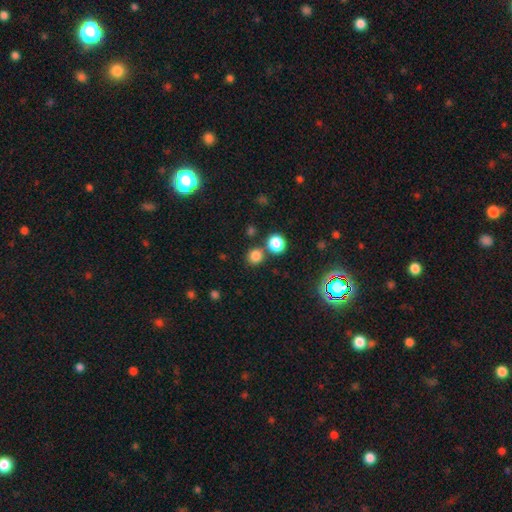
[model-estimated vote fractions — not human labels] Smooth or featured: smooth — 79% (star or artifact — 17%)
How rounded: round — 89% (in between — 10%)
Merging: none — 73% (merger — 17%)